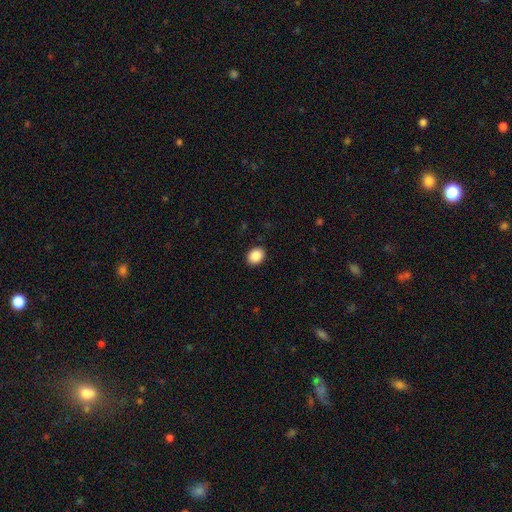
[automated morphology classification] smooth_or_featured: smooth (p=0.88) [alt: star or artifact p=0.08]
how_rounded: in between (p=0.55) [alt: round p=0.45]
merging: none (p=0.91) [alt: minor disturbance p=0.07]